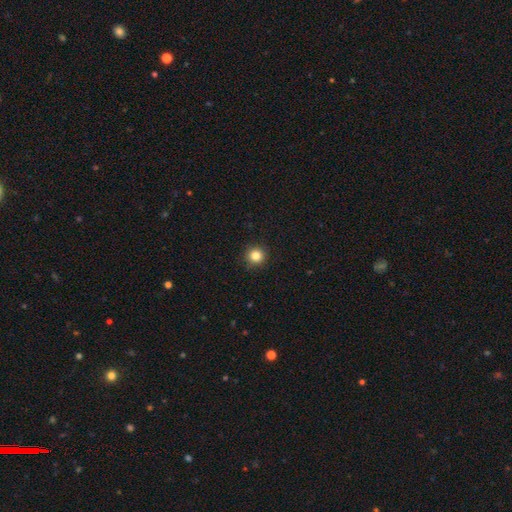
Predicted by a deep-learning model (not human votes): This appears to be a smooth galaxy with no disk features (84%) that is round (95%). Merging: none (91%).